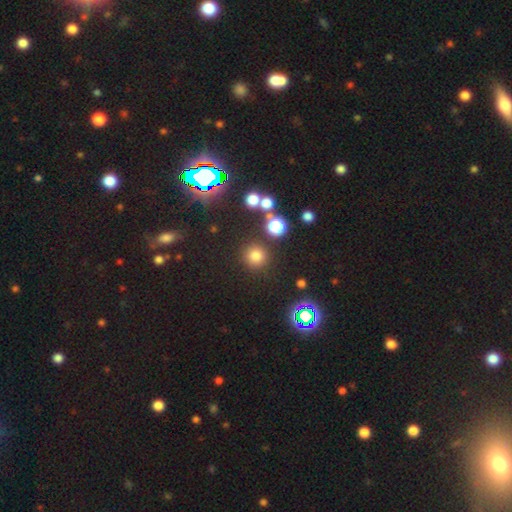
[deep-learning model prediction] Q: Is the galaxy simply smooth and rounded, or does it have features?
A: smooth — 74%.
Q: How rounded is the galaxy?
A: round — 94%.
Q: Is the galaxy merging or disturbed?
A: none — 85%.